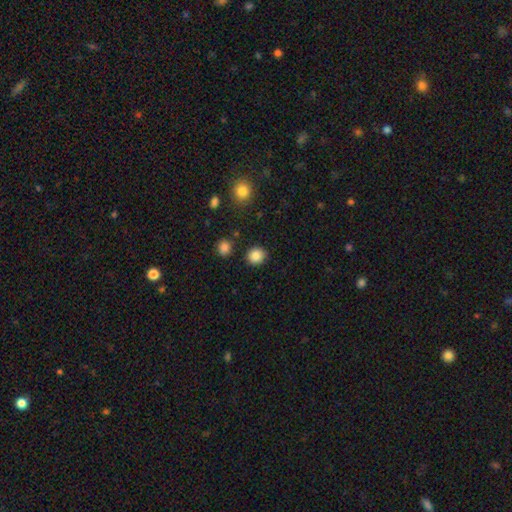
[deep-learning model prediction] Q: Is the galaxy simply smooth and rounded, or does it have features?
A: smooth — 86%.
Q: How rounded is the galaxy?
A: round — 86%.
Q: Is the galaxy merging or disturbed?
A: none — 88%.